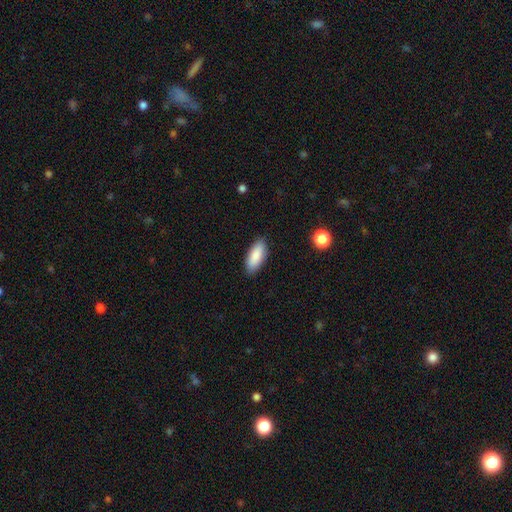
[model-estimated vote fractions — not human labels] smooth_or_featured: smooth (p=0.88) [alt: featured or disk p=0.06]
how_rounded: in between (p=0.83) [alt: cigar-shaped p=0.16]
merging: none (p=0.87) [alt: minor disturbance p=0.10]